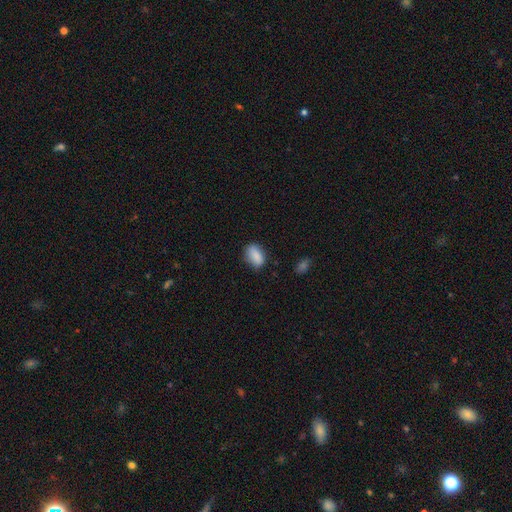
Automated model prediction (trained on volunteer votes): Morphology: type=smooth (86%); roundness=in between (87%); merging=none (72%).